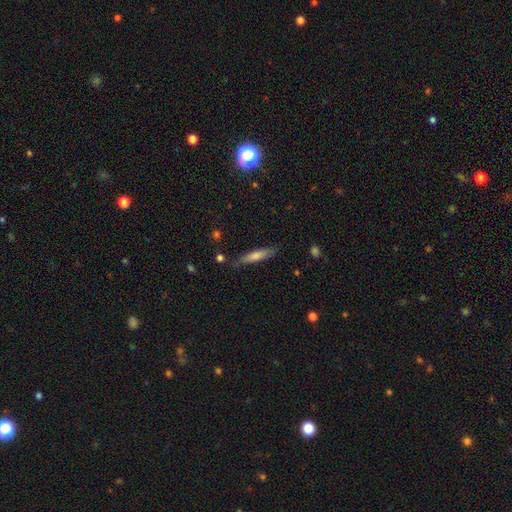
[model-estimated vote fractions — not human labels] A featured or disk galaxy (47%).

Vote fractions:
- Smooth or featured? featured or disk: 47% / smooth: 42% / star or artifact: 11%
- Merging? none: 85% / minor disturbance: 11% / major disturbance: 2% / merger: 2%